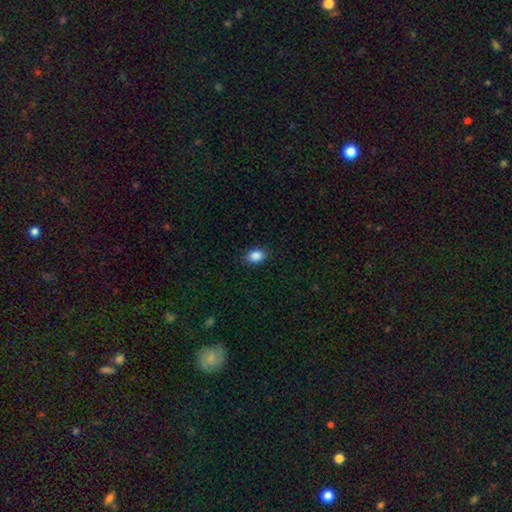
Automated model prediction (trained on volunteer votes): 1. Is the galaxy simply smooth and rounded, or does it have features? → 88% smooth, 9% star or artifact, 3% featured or disk.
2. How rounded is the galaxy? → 78% in between, 20% round, 1% cigar-shaped.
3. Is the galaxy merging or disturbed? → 88% none, 9% minor disturbance, 2% major disturbance, 1% merger.